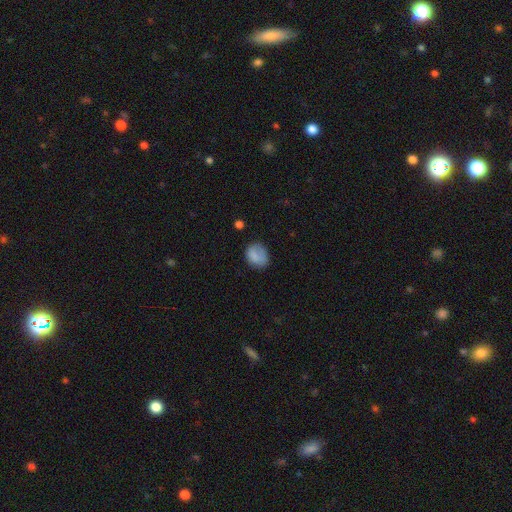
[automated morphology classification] smooth-or-featured: smooth: 80% | featured or disk: 11% | star or artifact: 9%
  how-rounded: round: 52% | in between: 47% | cigar-shaped: 1%
  merging: none: 62% | minor disturbance: 25% | major disturbance: 10% | merger: 3%